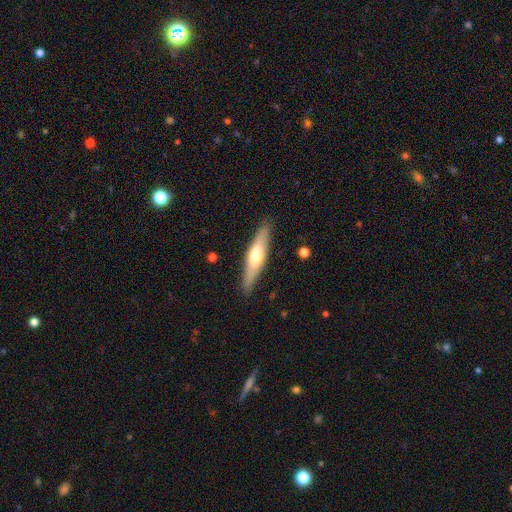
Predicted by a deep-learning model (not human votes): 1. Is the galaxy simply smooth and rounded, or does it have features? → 49% featured or disk, 46% smooth, 5% star or artifact.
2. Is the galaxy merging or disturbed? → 89% none, 8% minor disturbance, 2% major disturbance, 1% merger.